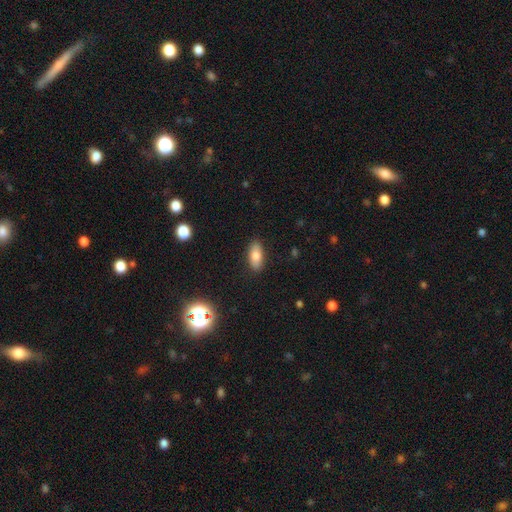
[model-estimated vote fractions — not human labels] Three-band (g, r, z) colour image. It shows a smooth galaxy with no disk features (77%) that is in between round and cigar-shaped (86%). Merging: none (88%).